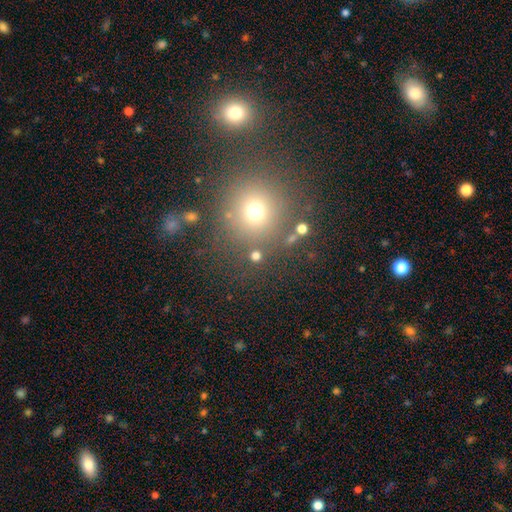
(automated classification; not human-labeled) This is likely a smooth galaxy (70%). How rounded: clearly round (91%). Merging: likely none (79%).